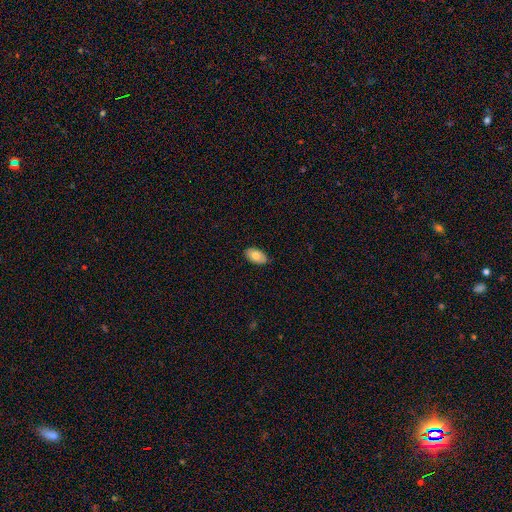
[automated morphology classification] Smooth or featured?
  - smooth: 77% *
  - featured or disk: 16%
  - star or artifact: 7%
How rounded?
  - in between: 95% *
  - round: 4%
  - cigar-shaped: 2%
Merging?
  - none: 87% *
  - minor disturbance: 10%
  - major disturbance: 2%
  - merger: 1%